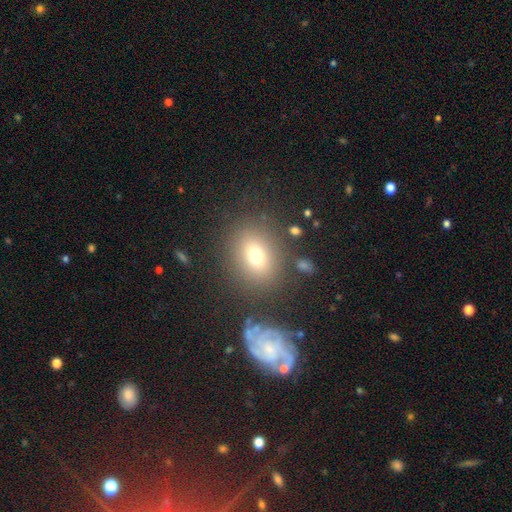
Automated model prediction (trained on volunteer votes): smooth_or_featured: smooth (p=0.71) [alt: featured or disk p=0.15]
how_rounded: round (p=0.53) [alt: in between p=0.46]
merging: none (p=0.79) [alt: minor disturbance p=0.11]